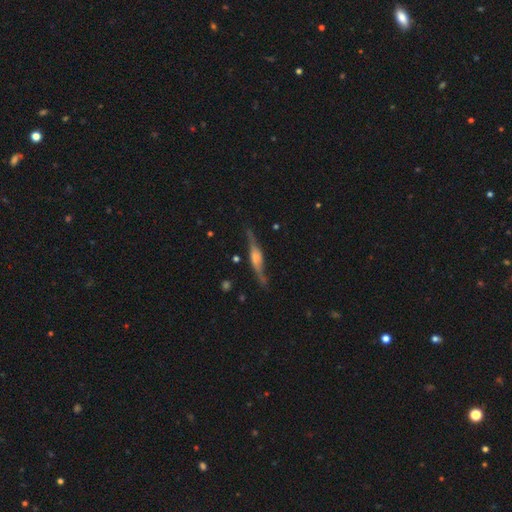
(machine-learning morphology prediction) This appears to be a featured or disk galaxy (80%) viewed edge-on (92%) with a rounded central bulge (76%). Merging: none (81%).